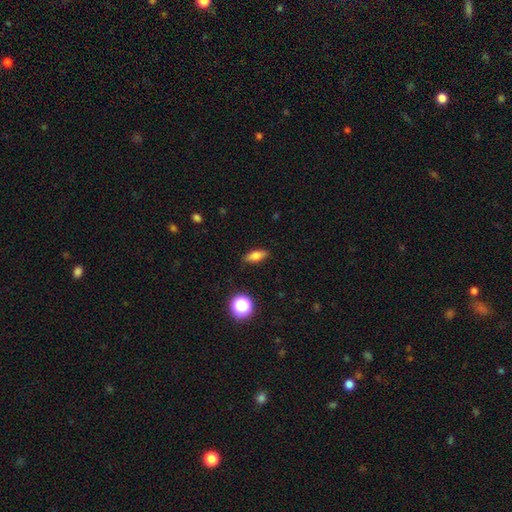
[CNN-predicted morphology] Smooth or featured? smooth (76%)
How rounded? in between (72%)
Merging? none (86%)